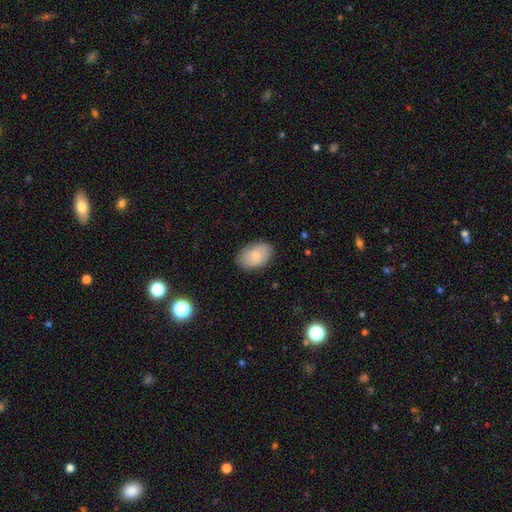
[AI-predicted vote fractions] This is likely a smooth galaxy (77%). How rounded: clearly in between (91%). Merging: clearly none (84%).